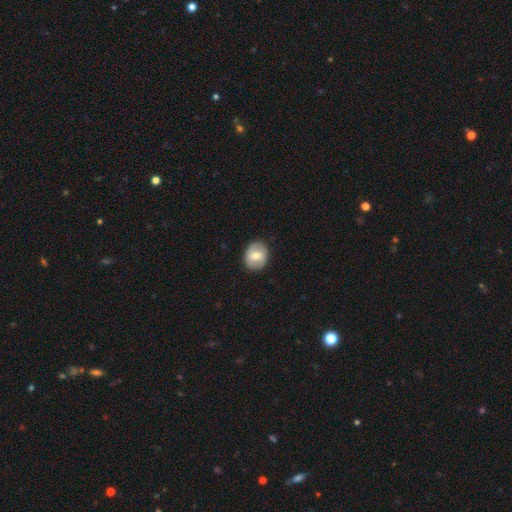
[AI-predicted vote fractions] smooth 55%, featured or disk 39%, star or artifact 7%. Down the decision tree: how rounded — round (61%); merging — none (87%).